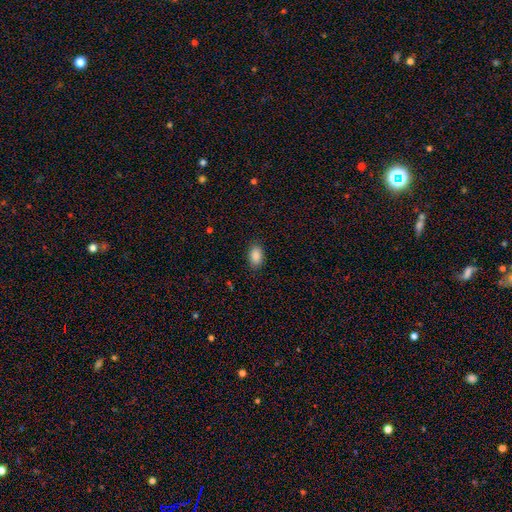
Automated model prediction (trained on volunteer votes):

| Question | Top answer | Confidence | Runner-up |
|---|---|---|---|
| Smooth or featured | smooth | 89% | star or artifact (8%) |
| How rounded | in between | 88% | round (10%) |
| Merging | none | 88% | minor disturbance (9%) |